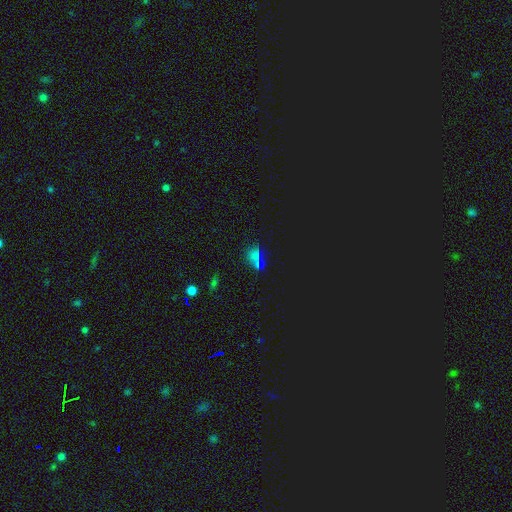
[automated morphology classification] This appears to be a smooth galaxy with no disk features (46%). Merging: none (48%).